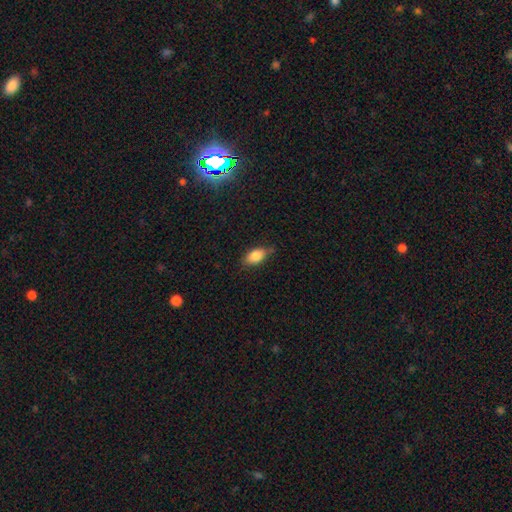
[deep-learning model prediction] A smooth galaxy with no disk features (81%) that is in between round and cigar-shaped (87%). Merging: none (71%).